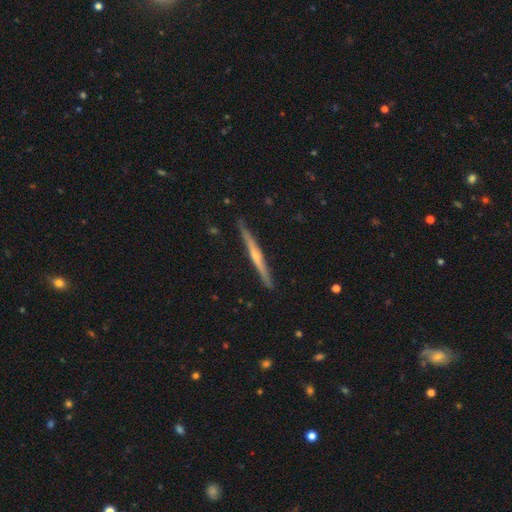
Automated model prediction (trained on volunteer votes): featured or disk 74%, smooth 20%, star or artifact 6%. Down the decision tree: edge-on disk — yes (98%); edge-on bulge — rounded (70%); merging — none (90%).